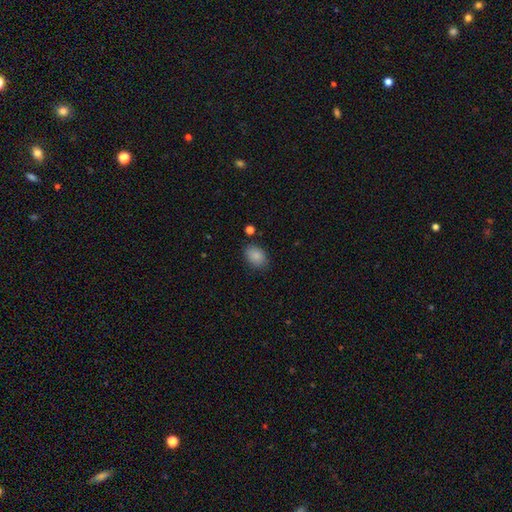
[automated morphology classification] Smooth or featured? Predicted: smooth (p=0.87). How rounded? Predicted: in between (p=0.71). Merging? Predicted: none (p=0.80).